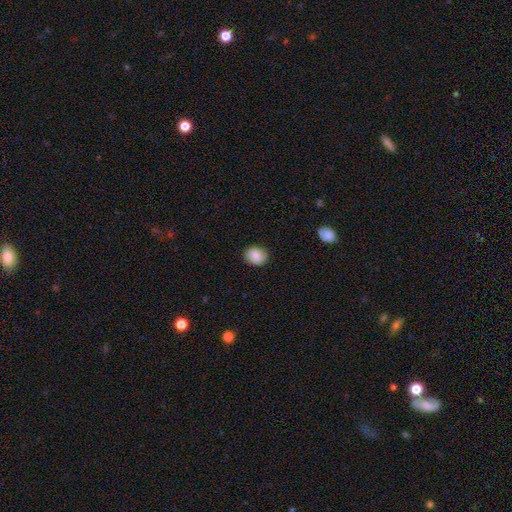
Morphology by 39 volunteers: Smooth or featured: smooth — 92% (featured or disk — 5%)
How rounded: round — 50% (tied with in between — 50%)
Merging: none — 89% (minor disturbance — 11%)